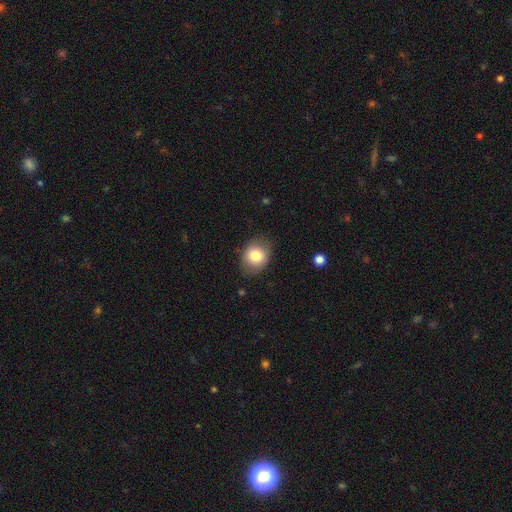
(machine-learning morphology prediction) This is clearly a smooth galaxy (81%). How rounded: possibly in between (50%). Merging: clearly none (81%).